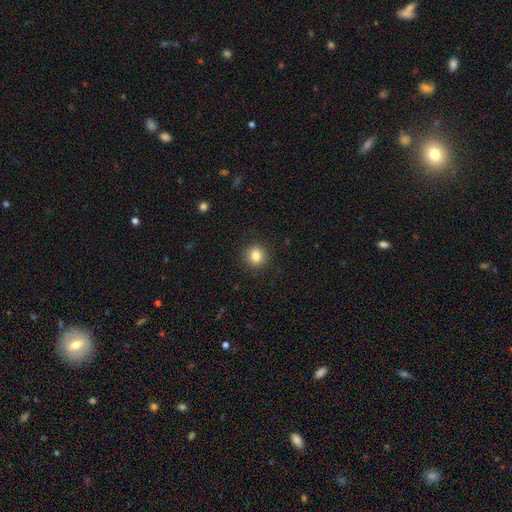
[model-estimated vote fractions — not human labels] This appears to be a smooth galaxy with no disk features (83%) that is round (90%). Merging: none (91%).